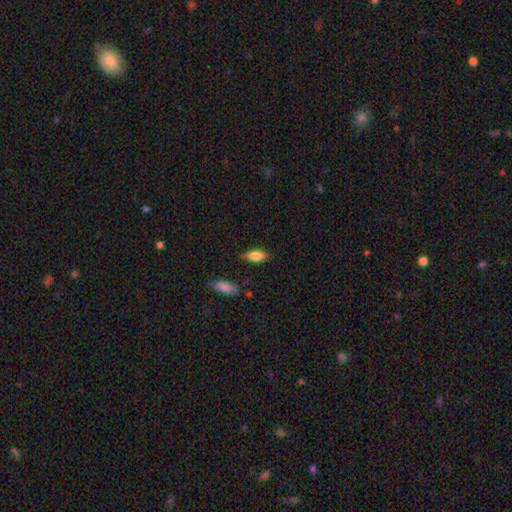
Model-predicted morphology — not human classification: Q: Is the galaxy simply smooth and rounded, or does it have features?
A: smooth — 79%.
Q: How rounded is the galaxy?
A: in between — 80%.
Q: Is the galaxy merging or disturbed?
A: none — 75%.